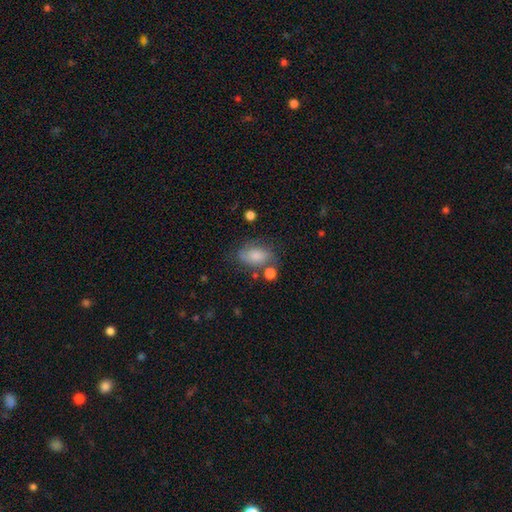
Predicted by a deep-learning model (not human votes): Smooth or featured? smooth (72%)
How rounded? in between (87%)
Merging? none (57%)